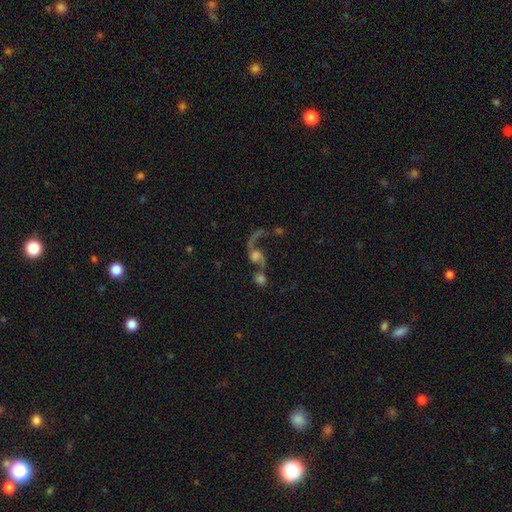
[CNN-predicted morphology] featured or disk 67%, smooth 21%, star or artifact 13%. Down the decision tree: edge-on disk — no (96%); bar — no (68%); spiral arms — yes (83%); spiral arm count — 2 (61%); spiral winding — loose (89%); bulge size — moderate (31%); merging — merger (46%).